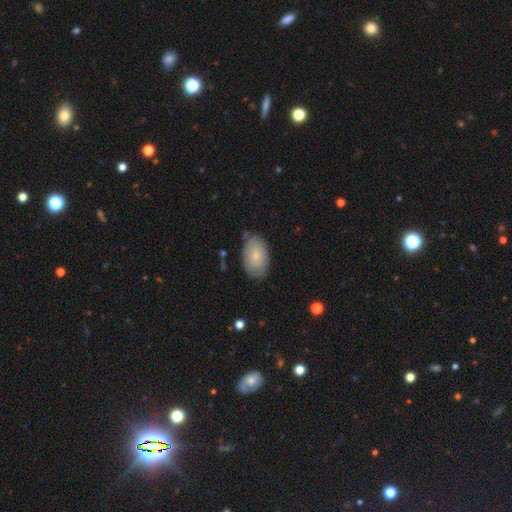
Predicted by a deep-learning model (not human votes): Smooth or featured? smooth (78%)
How rounded? in between (93%)
Merging? none (77%)